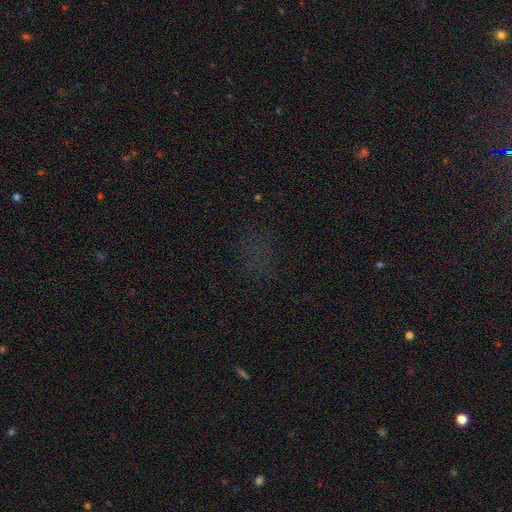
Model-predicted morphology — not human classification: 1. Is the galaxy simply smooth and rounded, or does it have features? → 56% star or artifact, 32% smooth, 12% featured or disk.